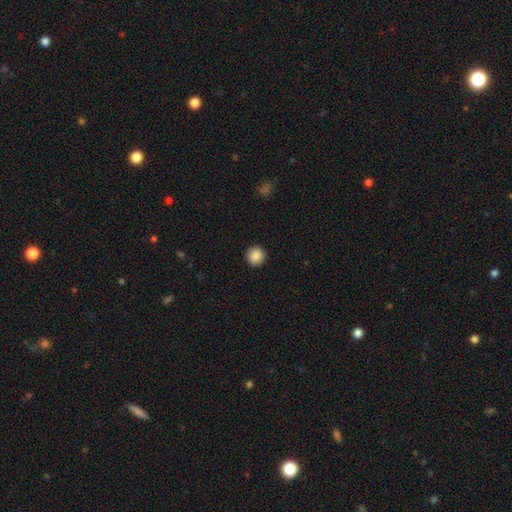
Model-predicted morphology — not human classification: Smooth or featured?
  - smooth: 88% *
  - star or artifact: 8%
  - featured or disk: 3%
How rounded?
  - round: 94% *
  - in between: 5%
  - cigar-shaped: 1%
Merging?
  - none: 93% *
  - minor disturbance: 5%
  - major disturbance: 2%
  - merger: 1%